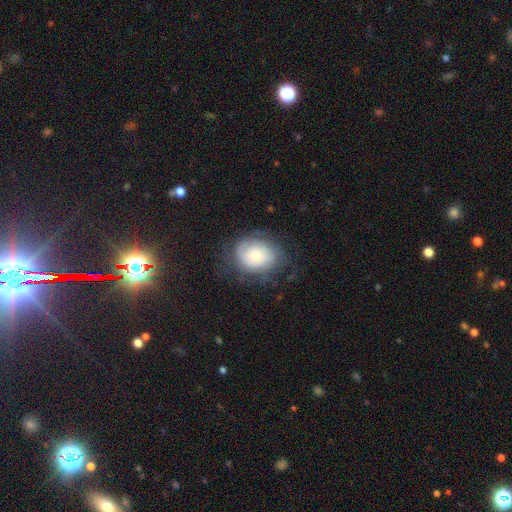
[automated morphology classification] smooth_or_featured: smooth (p=0.46) [tied with: featured or disk p=0.46]
merging: none (p=0.64) [alt: minor disturbance p=0.21]